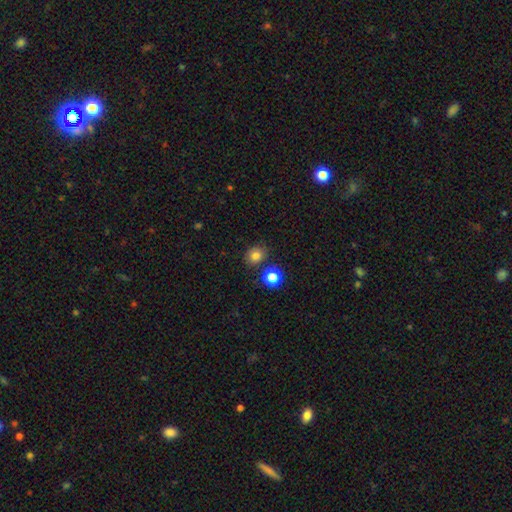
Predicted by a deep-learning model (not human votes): Smooth or featured: smooth — 80% (star or artifact — 14%)
How rounded: round — 73% (in between — 26%)
Merging: none — 81% (minor disturbance — 10%)